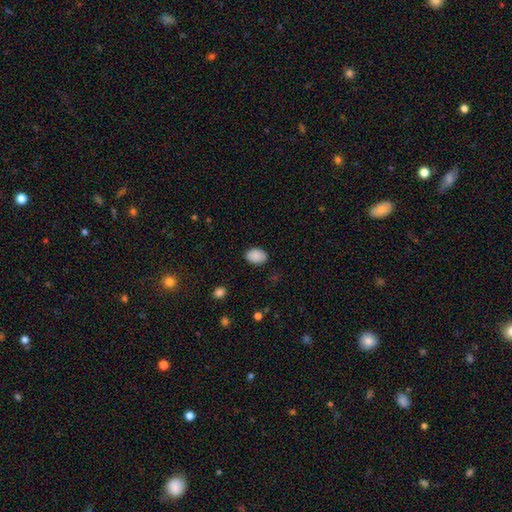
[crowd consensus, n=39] smooth_or_featured: smooth (p=0.97) [alt: star or artifact p=0.03]
how_rounded: in between (p=0.84) [alt: round p=0.16]
merging: none (p=0.92) [alt: minor disturbance p=0.08]